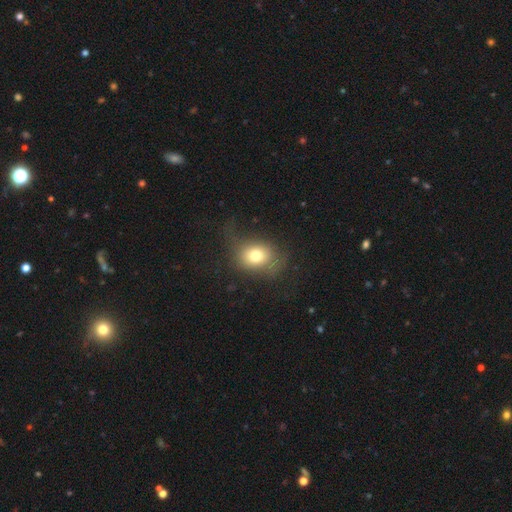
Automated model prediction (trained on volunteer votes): Smooth or featured: smooth — 73% (featured or disk — 16%)
How rounded: round — 50% (in between — 49%)
Merging: none — 48% (minor disturbance — 26%)